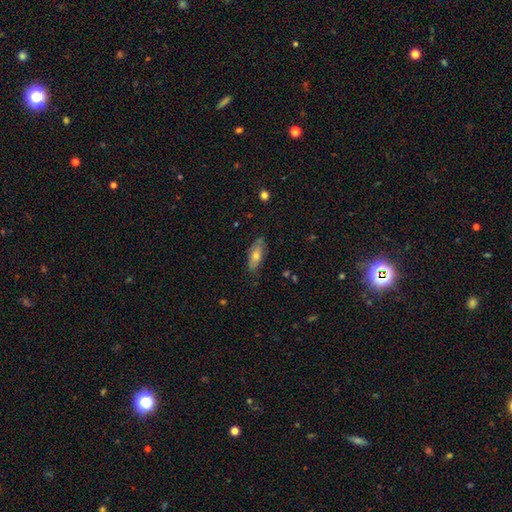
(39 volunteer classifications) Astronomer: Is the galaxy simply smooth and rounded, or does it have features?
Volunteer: smooth — 49%, tied with featured or disk at 49%.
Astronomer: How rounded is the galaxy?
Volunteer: in between — 74%.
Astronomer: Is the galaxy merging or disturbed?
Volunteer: none — 61%.